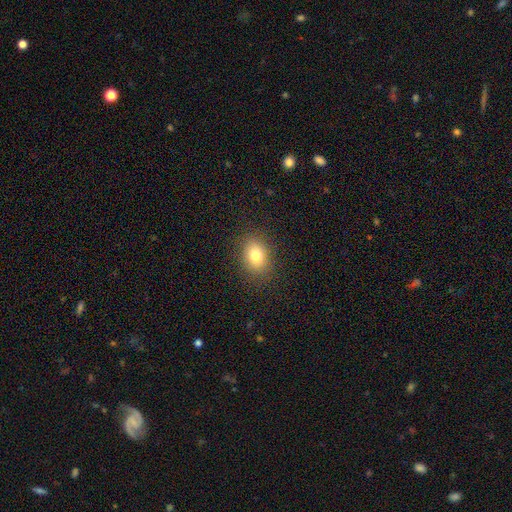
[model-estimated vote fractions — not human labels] Smooth or featured? smooth (79%)
How rounded? in between (64%)
Merging? none (88%)